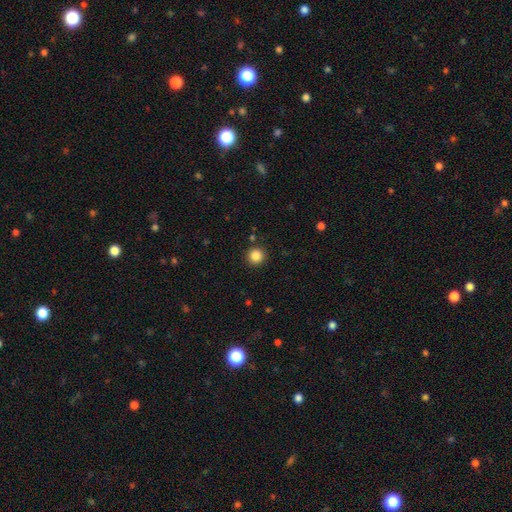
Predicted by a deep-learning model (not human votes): Smooth or featured? smooth (86%)
How rounded? round (95%)
Merging? none (90%)